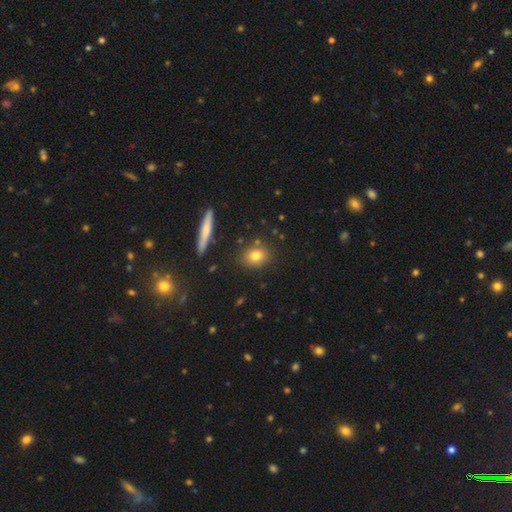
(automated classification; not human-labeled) A smooth galaxy with no disk features (77%) that is round (60%).

Vote fractions:
- Smooth or featured? smooth: 77% / featured or disk: 12% / star or artifact: 11%
- How rounded? round: 60% / in between: 36% / cigar-shaped: 4%
- Merging? none: 83% / minor disturbance: 9% / merger: 5% / major disturbance: 3%